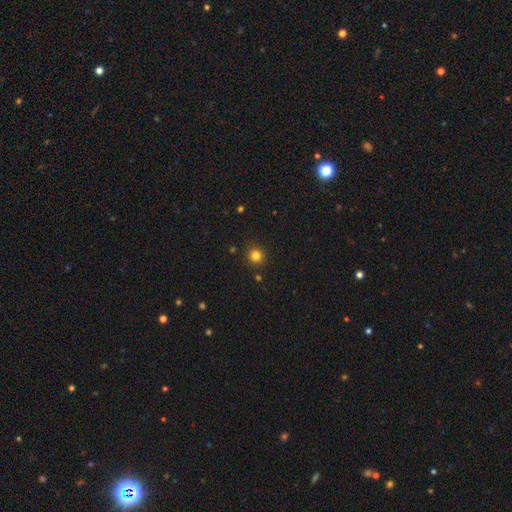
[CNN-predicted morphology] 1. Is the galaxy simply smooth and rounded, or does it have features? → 80% smooth, 15% star or artifact, 5% featured or disk.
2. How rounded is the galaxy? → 93% round, 6% in between, 1% cigar-shaped.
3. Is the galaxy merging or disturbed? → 91% none, 6% minor disturbance, 2% merger, 2% major disturbance.